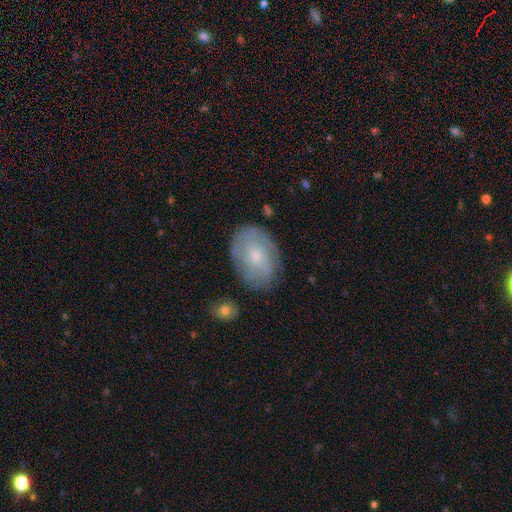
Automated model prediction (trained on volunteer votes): Q: Smooth or featured?
A: featured or disk (62%); runner-up: smooth (31%)
Q: Edge-on disk?
A: no (96%); runner-up: yes (4%)
Q: Bar?
A: no (73%); runner-up: weak (23%)
Q: Spiral arms?
A: yes (84%); runner-up: no (16%)
Q: Bulge size?
A: small (65%); runner-up: moderate (29%)
Q: Merging?
A: none (77%); runner-up: minor disturbance (16%)